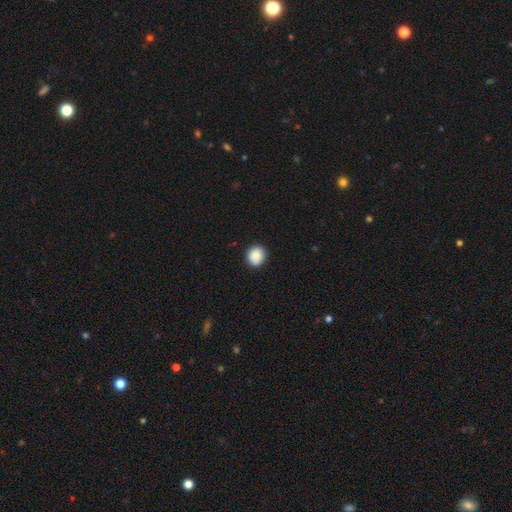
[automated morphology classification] Smooth or featured? Predicted: smooth (p=0.88). How rounded? Predicted: round (p=0.82). Merging? Predicted: none (p=0.88).